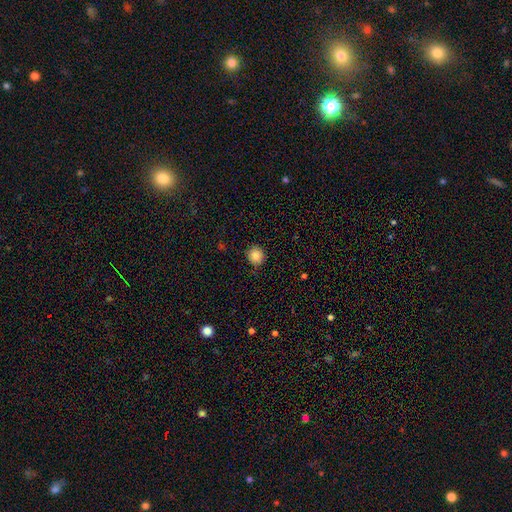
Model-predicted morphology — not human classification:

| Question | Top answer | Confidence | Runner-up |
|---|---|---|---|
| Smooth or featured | smooth | 84% | star or artifact (10%) |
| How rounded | round | 91% | in between (8%) |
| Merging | none | 87% | minor disturbance (10%) |